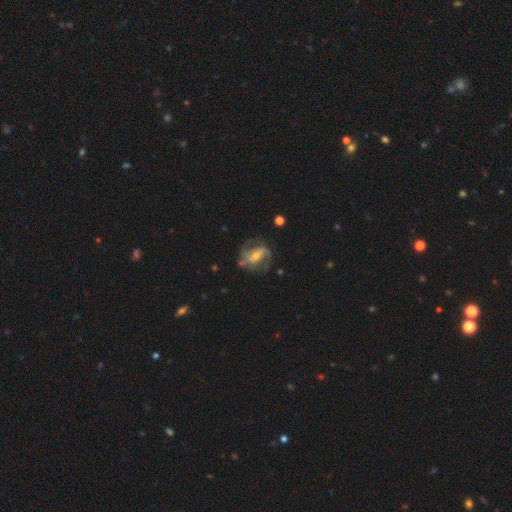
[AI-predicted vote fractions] This is clearly a featured or disk galaxy (82%). It is clearly not viewed edge-on (97%). Bar: marginally weak (40%). Spiral arm pattern: clearly yes (91%). Spiral arm count: likely 2 (76%). Spiral winding: possibly medium (49%). Central bulge: possibly moderate (50%). Merging: likely none (65%).